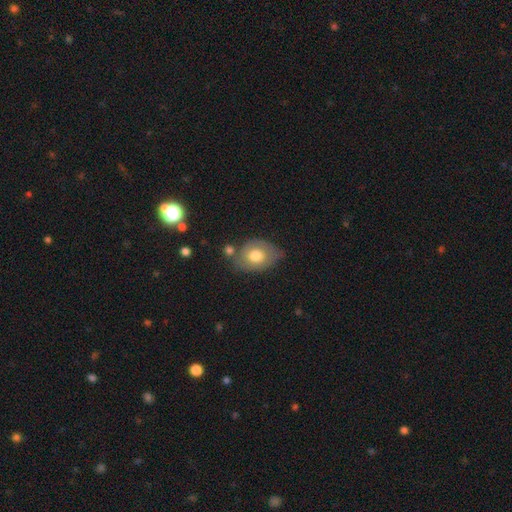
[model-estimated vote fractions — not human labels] A smooth galaxy with no disk features (67%) that is in between round and cigar-shaped (71%).

Vote fractions:
- Smooth or featured? smooth: 67% / featured or disk: 26% / star or artifact: 7%
- How rounded? in between: 71% / round: 28% / cigar-shaped: 1%
- Merging? none: 56% / minor disturbance: 26% / merger: 10% / major disturbance: 8%